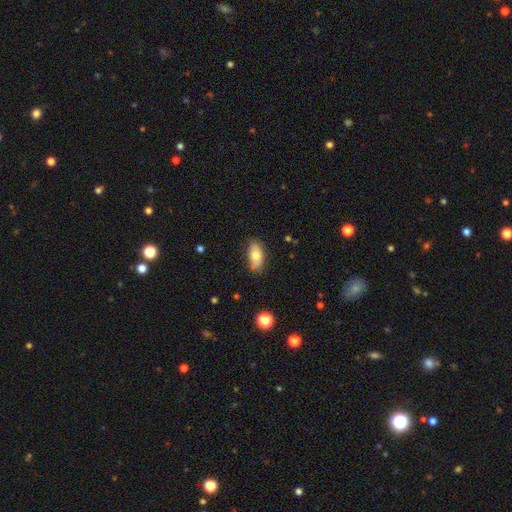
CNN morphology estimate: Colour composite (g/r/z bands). It shows a smooth galaxy with no disk features (77%) that is in between round and cigar-shaped (88%). Merging: none (78%).